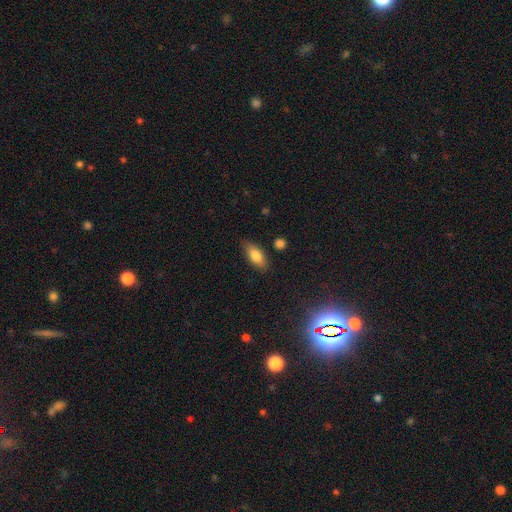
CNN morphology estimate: smooth 79%, featured or disk 13%, star or artifact 7%. Down the decision tree: how rounded — in between (82%); merging — none (80%).